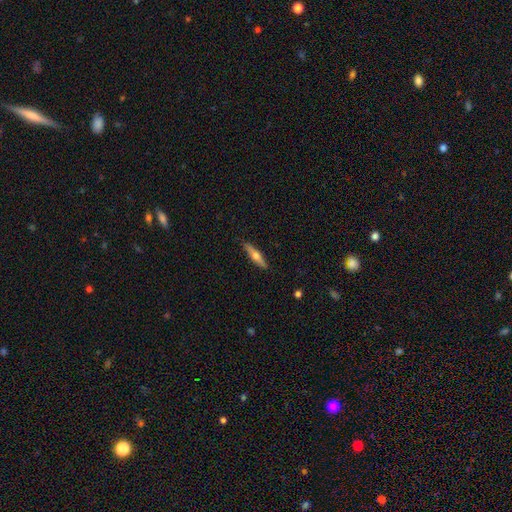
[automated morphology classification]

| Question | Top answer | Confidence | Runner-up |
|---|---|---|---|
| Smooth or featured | featured or disk | 55% | smooth (39%) |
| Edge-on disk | yes | 95% | no (5%) |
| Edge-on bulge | rounded | 93% | none (4%) |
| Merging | none | 89% | minor disturbance (8%) |